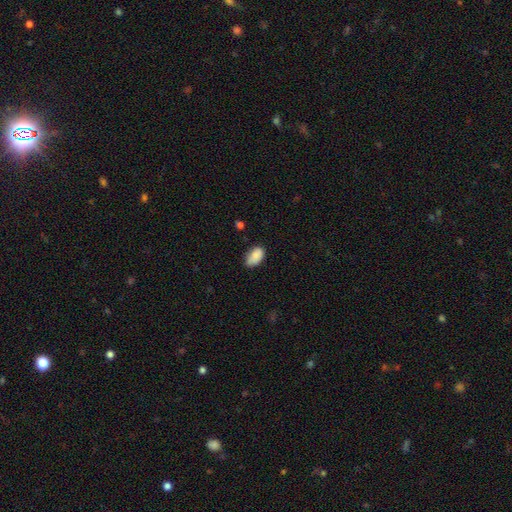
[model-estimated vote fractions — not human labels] Smooth or featured? smooth (86%)
How rounded? in between (92%)
Merging? none (61%)